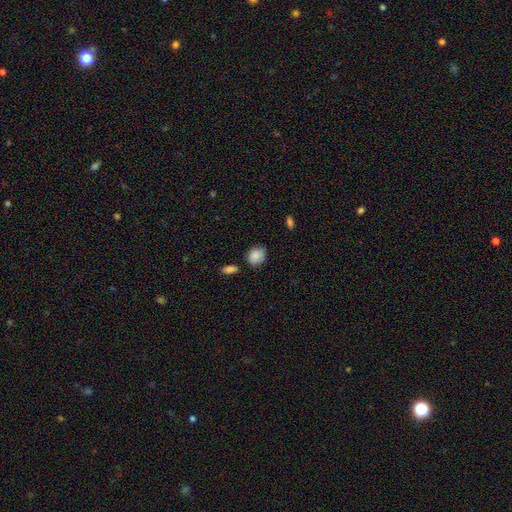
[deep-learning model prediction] Smooth or featured? Predicted: smooth (p=0.86). How rounded? Predicted: round (p=0.62). Merging? Predicted: none (p=0.69).